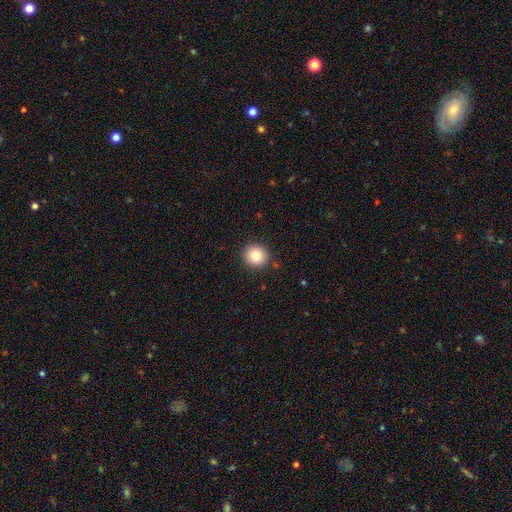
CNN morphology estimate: Smooth or featured? Predicted: smooth (p=0.80). How rounded? Predicted: round (p=0.93). Merging? Predicted: none (p=0.91).